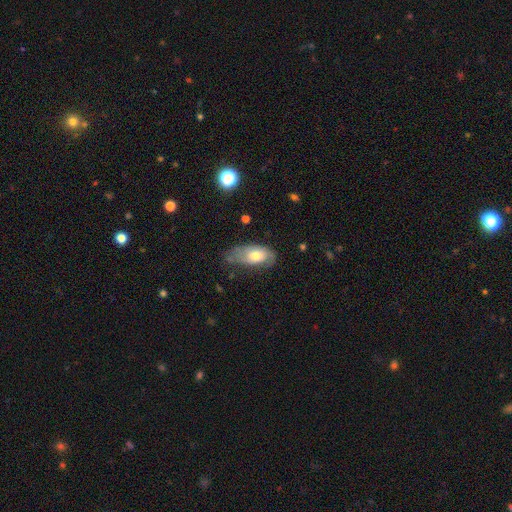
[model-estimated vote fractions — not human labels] Smooth or featured? Predicted: smooth (p=0.65). How rounded? Predicted: in between (p=0.90). Merging? Predicted: minor disturbance (p=0.40).